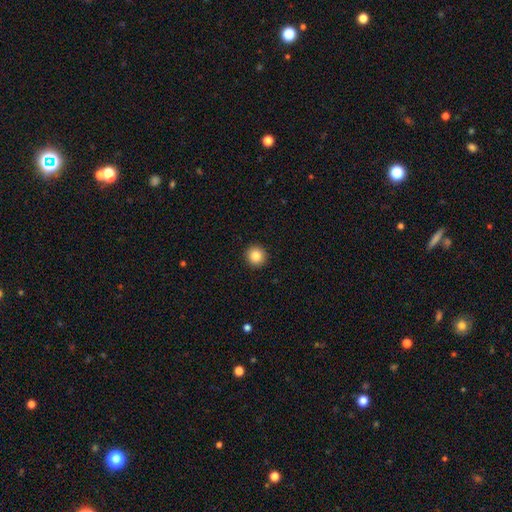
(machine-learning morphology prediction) Smooth or featured: smooth — 86% (star or artifact — 10%)
How rounded: round — 95% (in between — 4%)
Merging: none — 93% (minor disturbance — 5%)